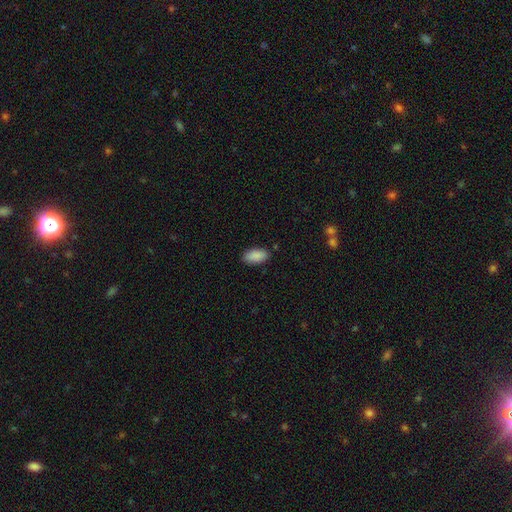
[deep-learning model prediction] smooth 90%, star or artifact 6%, featured or disk 4%. Down the decision tree: how rounded — in between (92%); merging — none (86%).